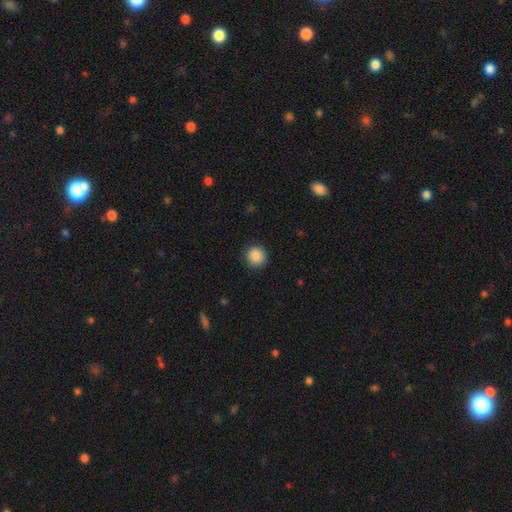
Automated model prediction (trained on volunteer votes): Smooth or featured: smooth — 88% (star or artifact — 9%)
How rounded: round — 94% (in between — 5%)
Merging: none — 90% (minor disturbance — 7%)